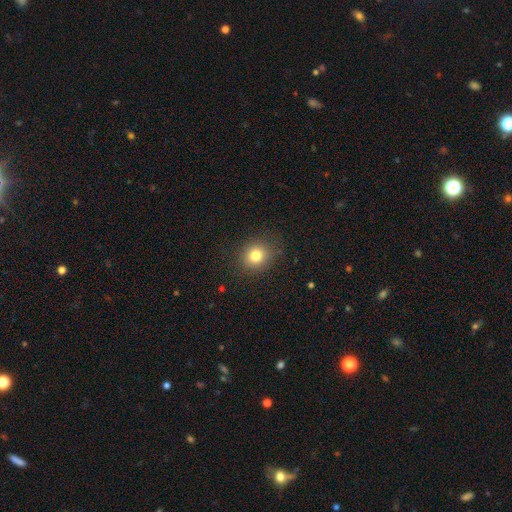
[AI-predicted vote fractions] Smooth or featured: smooth — 80% (star or artifact — 13%)
How rounded: round — 81% (in between — 18%)
Merging: none — 85% (minor disturbance — 10%)